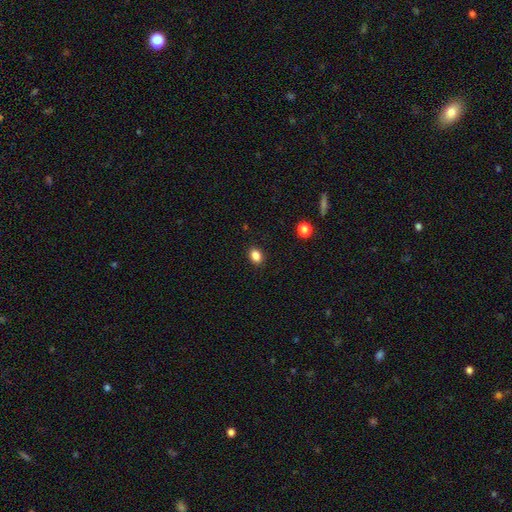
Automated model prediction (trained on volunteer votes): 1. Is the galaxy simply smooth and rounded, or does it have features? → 86% smooth, 11% star or artifact, 4% featured or disk.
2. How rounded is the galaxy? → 67% in between, 31% round, 1% cigar-shaped.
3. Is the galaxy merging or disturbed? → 89% none, 7% minor disturbance, 2% major disturbance, 1% merger.